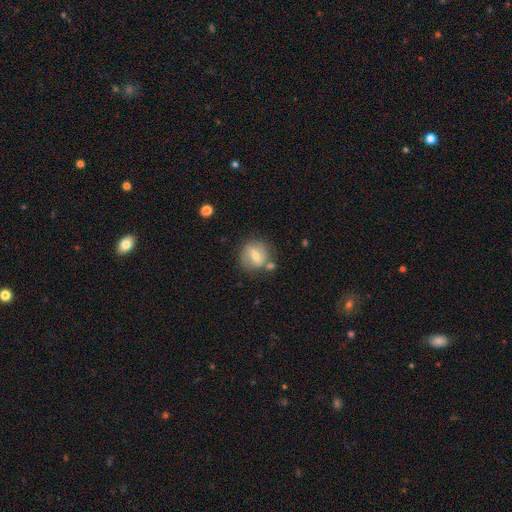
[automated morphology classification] type=smooth (56%); roundness=round (82%); merging=none (66%).